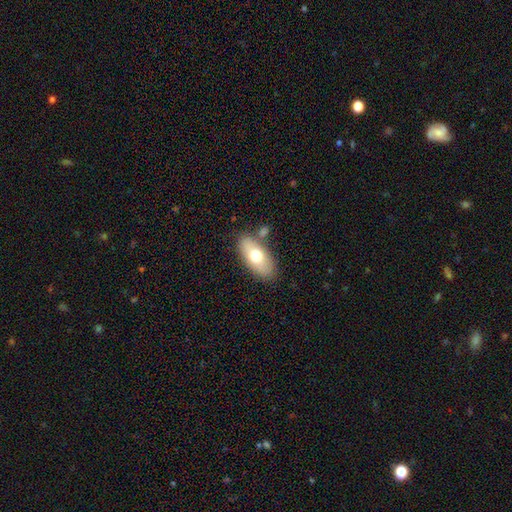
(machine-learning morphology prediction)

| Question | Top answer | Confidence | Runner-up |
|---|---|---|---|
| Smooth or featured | smooth | 64% | featured or disk (29%) |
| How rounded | in between | 89% | cigar-shaped (7%) |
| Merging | none | 74% | minor disturbance (14%) |